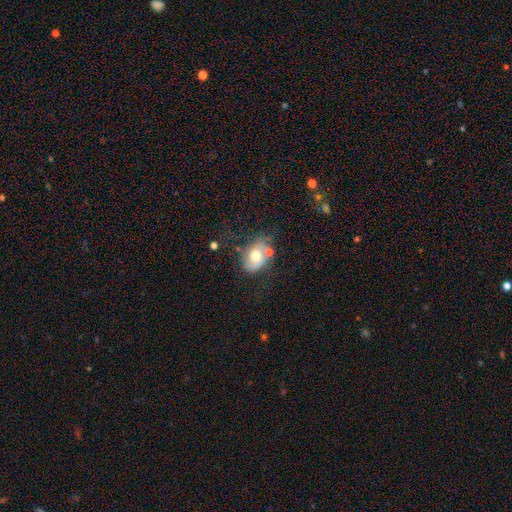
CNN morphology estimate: Q: Smooth or featured?
A: smooth (50%); runner-up: featured or disk (42%)
Q: Merging?
A: none (45%); runner-up: minor disturbance (26%)